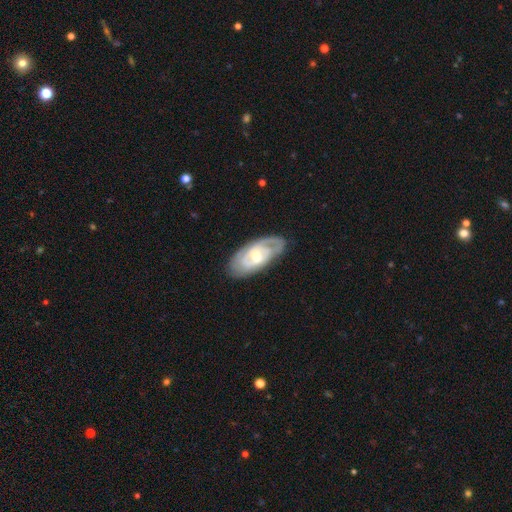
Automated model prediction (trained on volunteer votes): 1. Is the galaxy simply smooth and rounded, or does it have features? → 75% featured or disk, 20% smooth, 4% star or artifact.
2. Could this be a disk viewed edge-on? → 92% no, 8% yes.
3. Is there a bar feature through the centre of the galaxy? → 50% no, 39% weak, 11% strong.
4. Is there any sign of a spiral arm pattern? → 80% yes, 20% no.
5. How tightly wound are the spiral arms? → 62% tight, 29% medium, 9% loose.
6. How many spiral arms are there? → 45% 2, 36% can't tell, 8% 3, 7% 1, 2% 4, 2% more than 4.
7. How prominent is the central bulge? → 62% moderate, 31% small, 5% large, 1% none, 1% dominant.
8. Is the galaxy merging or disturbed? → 77% none, 17% minor disturbance, 5% major disturbance, 1% merger.